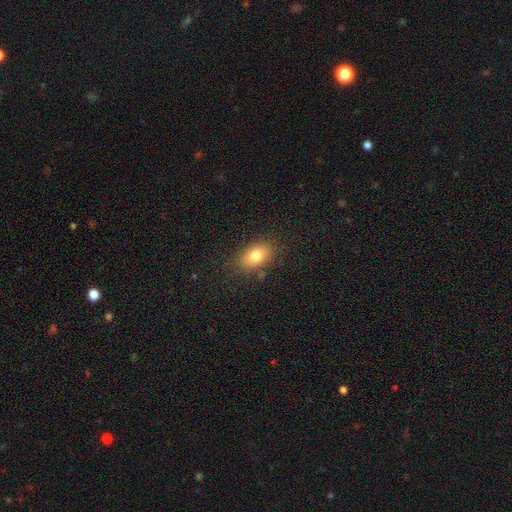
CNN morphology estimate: Q: Smooth or featured?
A: smooth (78%); runner-up: featured or disk (12%)
Q: How rounded?
A: in between (86%); runner-up: round (12%)
Q: Merging?
A: none (82%); runner-up: minor disturbance (13%)